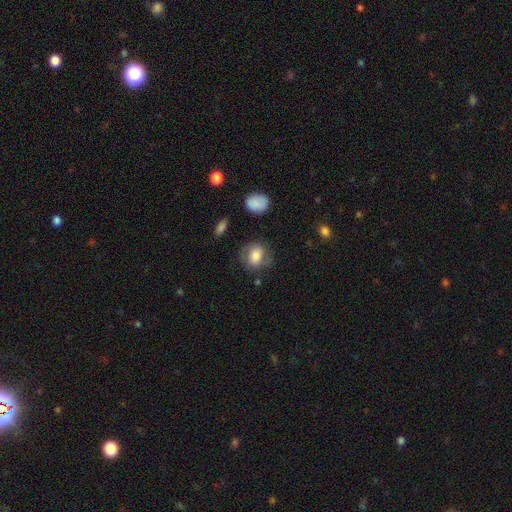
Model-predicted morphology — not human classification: This is likely a smooth galaxy (65%). How rounded: possibly round (57%). Merging: likely none (68%).